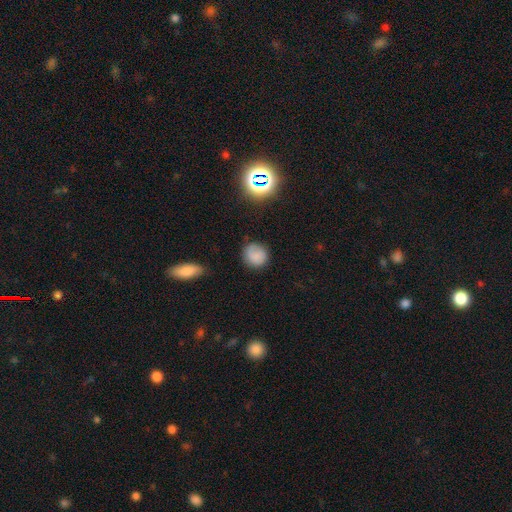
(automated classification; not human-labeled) This appears to be a smooth galaxy with no disk features (80%) that is round (85%). Merging: none (76%).